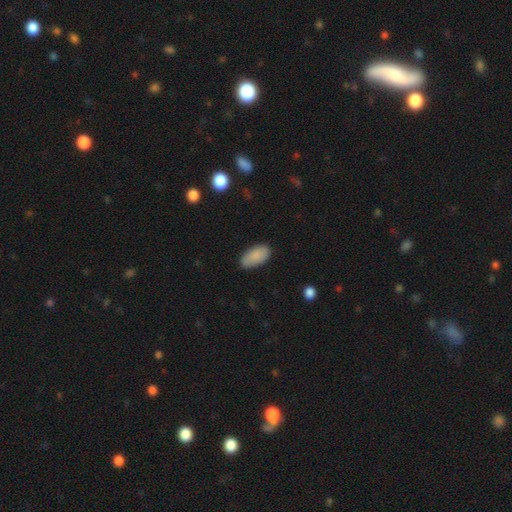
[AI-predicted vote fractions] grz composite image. It shows a smooth galaxy with no disk features (87%) that is in between round and cigar-shaped (94%). Merging: none (77%).